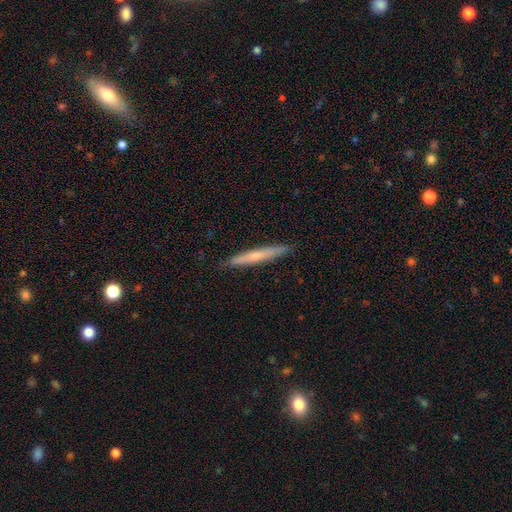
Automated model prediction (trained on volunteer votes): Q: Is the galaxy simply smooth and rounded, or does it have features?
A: smooth — 47%, tied with featured or disk.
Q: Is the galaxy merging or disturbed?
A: none — 90%.